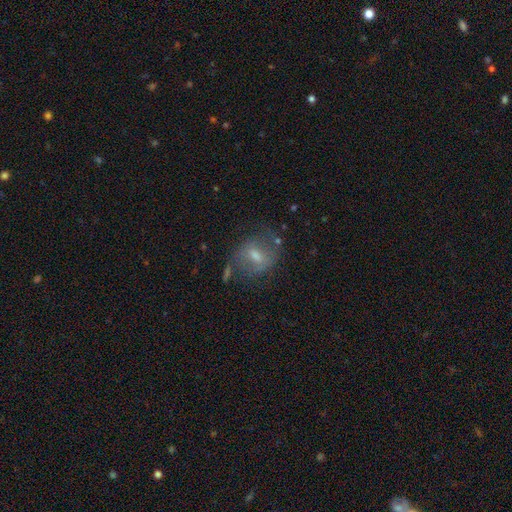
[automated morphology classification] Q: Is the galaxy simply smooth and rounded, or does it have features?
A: featured or disk — 53%.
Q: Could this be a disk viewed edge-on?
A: no — 94%.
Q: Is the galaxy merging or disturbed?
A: none — 60%.